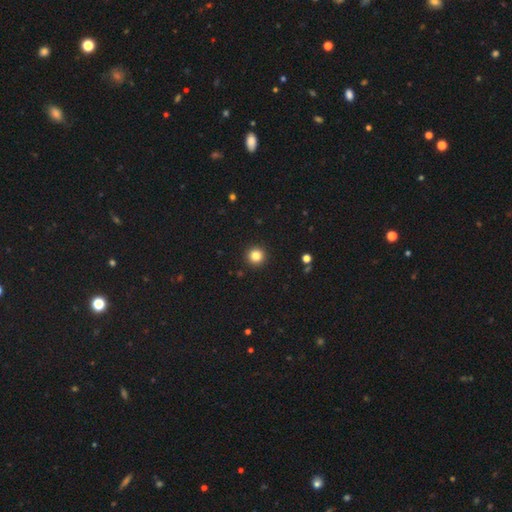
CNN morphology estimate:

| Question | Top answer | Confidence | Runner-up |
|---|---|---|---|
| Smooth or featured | smooth | 84% | star or artifact (12%) |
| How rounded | round | 96% | in between (3%) |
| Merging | none | 93% | minor disturbance (4%) |